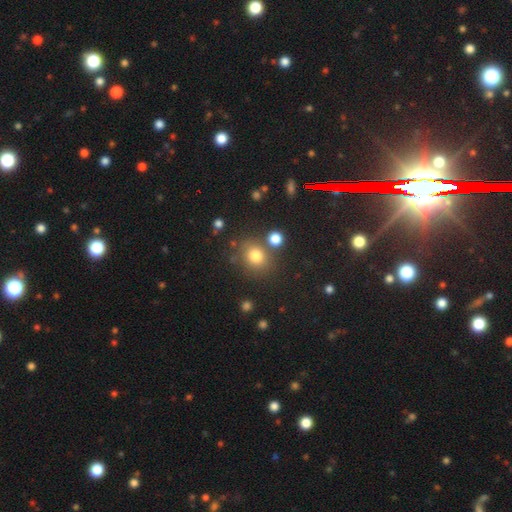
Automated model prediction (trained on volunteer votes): Smooth or featured: smooth — 78% (star or artifact — 14%)
How rounded: round — 76% (in between — 23%)
Merging: none — 74% (merger — 11%)